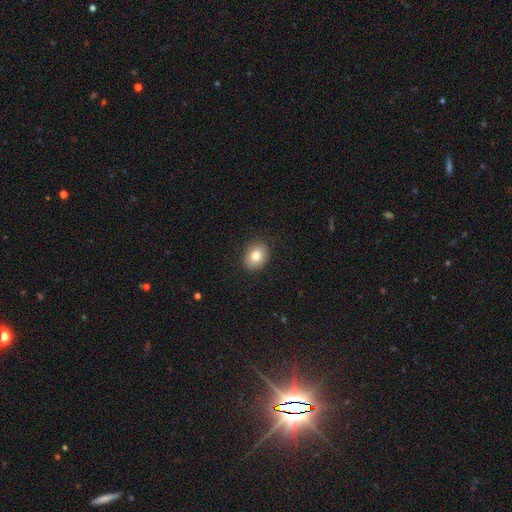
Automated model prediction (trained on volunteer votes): smooth-or-featured: smooth: 81% | featured or disk: 10% | star or artifact: 9%
  how-rounded: in between: 56% | round: 43% | cigar-shaped: 1%
  merging: none: 88% | minor disturbance: 9% | major disturbance: 2% | merger: 1%